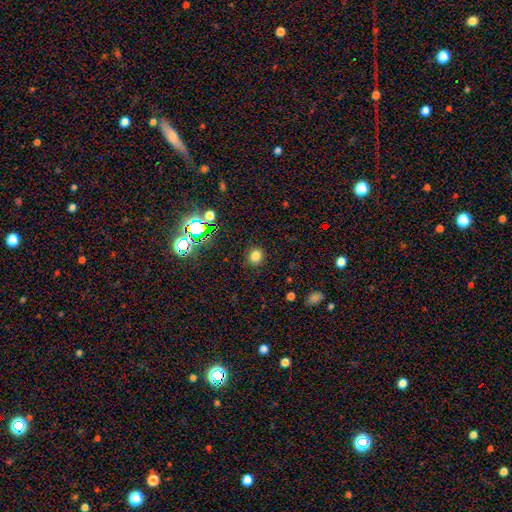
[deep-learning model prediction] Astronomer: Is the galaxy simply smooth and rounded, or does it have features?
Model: smooth — 77%.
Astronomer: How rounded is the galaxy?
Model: round — 75%.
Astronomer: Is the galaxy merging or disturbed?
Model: none — 86%.